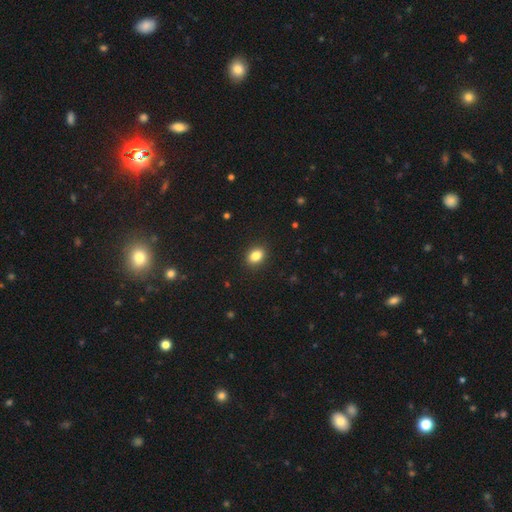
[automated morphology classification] smooth-or-featured: smooth: 85% | star or artifact: 10% | featured or disk: 5%
  how-rounded: in between: 67% | round: 32% | cigar-shaped: 1%
  merging: none: 90% | minor disturbance: 7% | major disturbance: 2% | merger: 1%